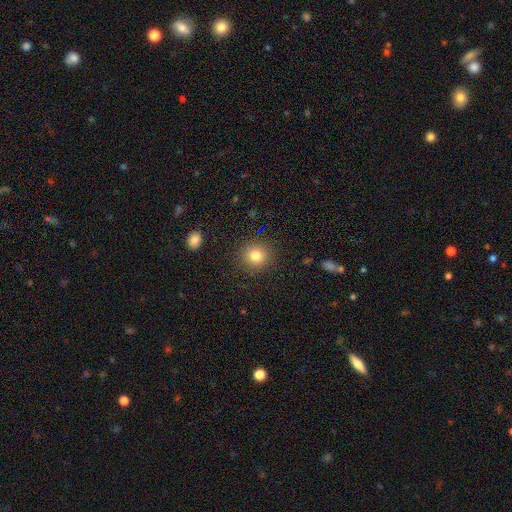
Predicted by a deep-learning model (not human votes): This appears to be a smooth galaxy with no disk features (80%) that is round (92%). Merging: none (89%).